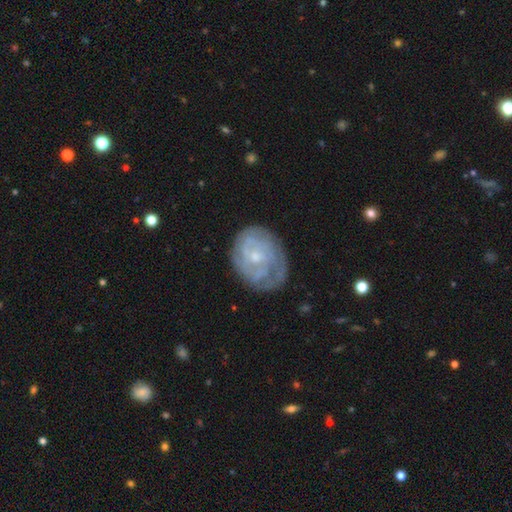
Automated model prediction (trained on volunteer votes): featured or disk 72%, smooth 21%, star or artifact 7%. Down the decision tree: edge-on disk — no (97%); bar — no (70%); spiral arms — yes (80%); spiral arm count — can't tell (54%); spiral winding — tight (66%); bulge size — small (64%); merging — none (65%).